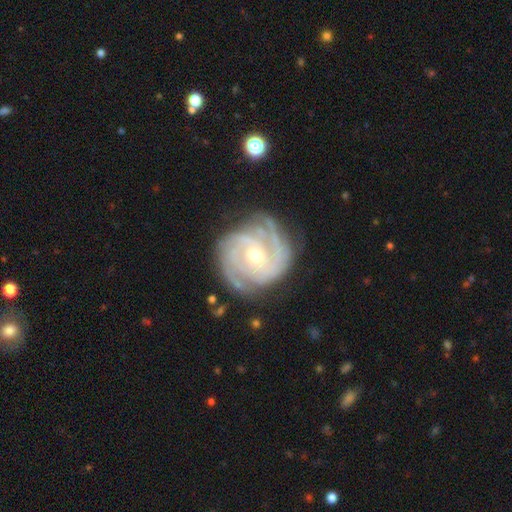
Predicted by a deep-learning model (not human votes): Smooth or featured?
  - featured or disk: 89% *
  - smooth: 6%
  - star or artifact: 5%
Edge-on disk?
  - no: 98% *
  - yes: 2%
Bar?
  - no: 60% *
  - weak: 31%
  - strong: 9%
Spiral arms?
  - yes: 97% *
  - no: 3%
Spiral winding?
  - tight: 70% *
  - medium: 25%
  - loose: 5%
Spiral arm count?
  - 2: 32% *
  - 3: 28%
  - can't tell: 19%
  - 4: 10%
  - more than 4: 6%
  - 1: 6%
Bulge size?
  - moderate: 57% *
  - small: 39%
  - large: 2%
  - none: 1%
  - dominant: 1%
Merging?
  - none: 74% *
  - minor disturbance: 18%
  - major disturbance: 6%
  - merger: 2%